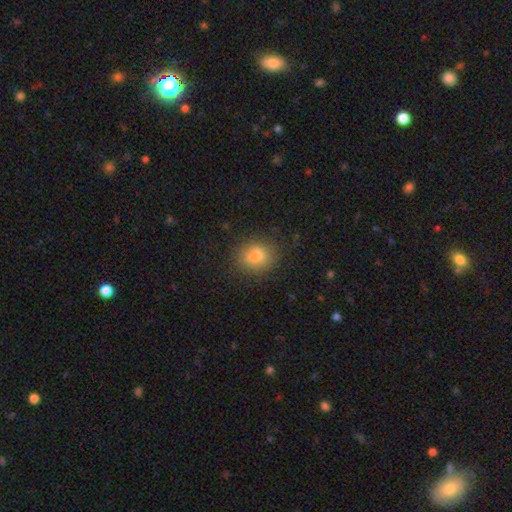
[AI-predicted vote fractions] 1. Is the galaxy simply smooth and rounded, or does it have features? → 82% smooth, 10% star or artifact, 8% featured or disk.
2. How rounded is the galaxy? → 51% round, 48% in between, 1% cigar-shaped.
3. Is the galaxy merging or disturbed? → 77% none, 16% minor disturbance, 5% major disturbance, 3% merger.